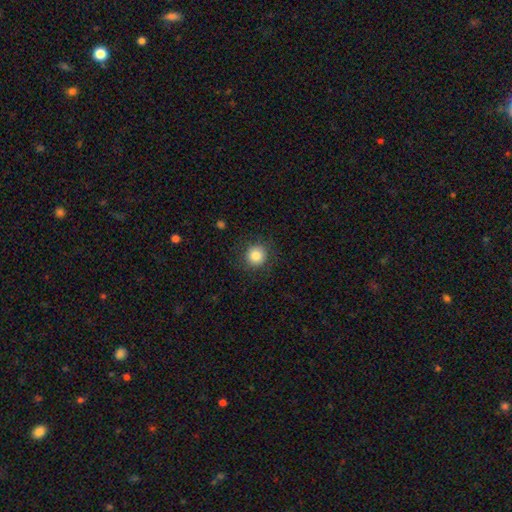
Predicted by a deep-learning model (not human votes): Smooth or featured: smooth — 83% (star or artifact — 10%)
How rounded: round — 93% (in between — 6%)
Merging: none — 88% (minor disturbance — 8%)